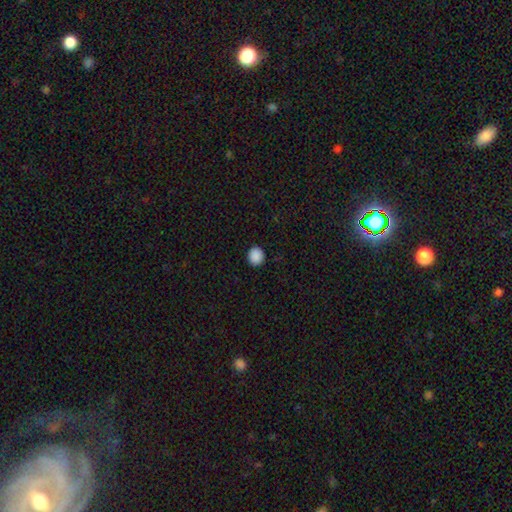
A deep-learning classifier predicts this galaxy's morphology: type=smooth (89%); roundness=round (81%); merging=none (91%).